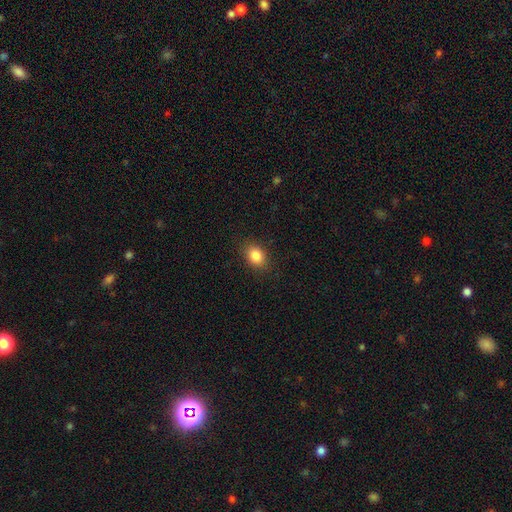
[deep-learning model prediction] Morphology: type=smooth (84%); roundness=in between (66%); merging=none (88%).